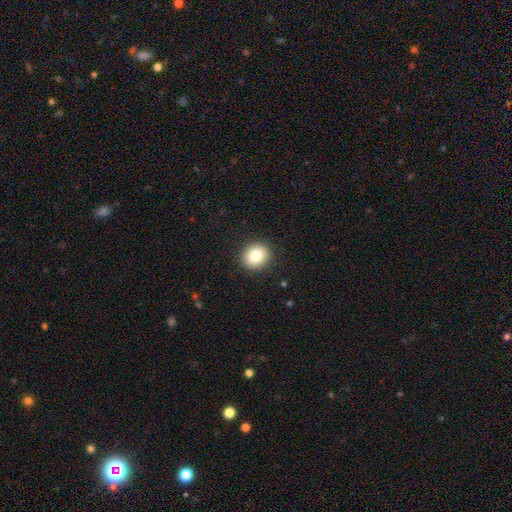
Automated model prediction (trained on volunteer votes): This appears to be a smooth galaxy with no disk features (82%) that is round (80%). Merging: none (91%).